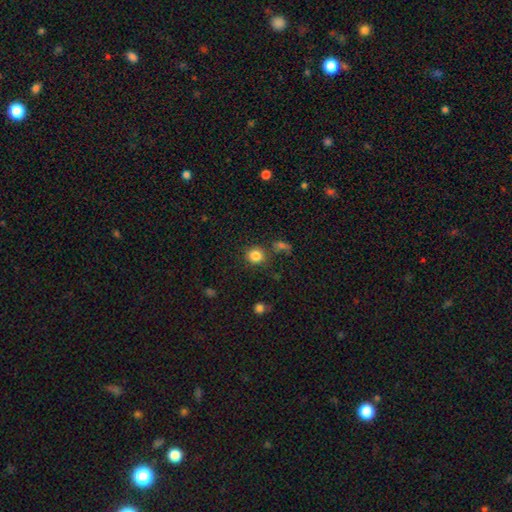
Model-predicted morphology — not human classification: Q: Smooth or featured?
A: smooth (84%); runner-up: star or artifact (11%)
Q: How rounded?
A: round (88%); runner-up: in between (11%)
Q: Merging?
A: none (80%); runner-up: minor disturbance (9%)